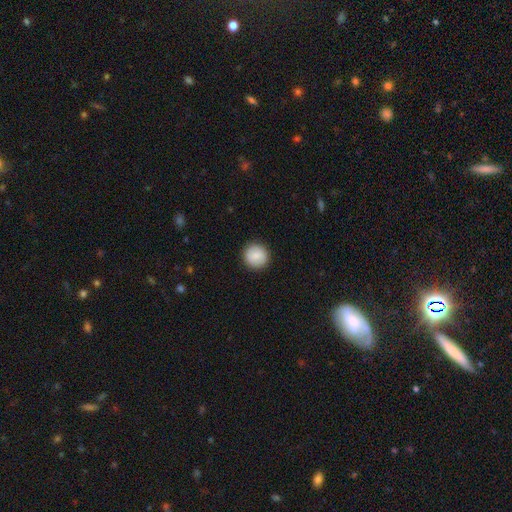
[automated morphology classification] This is clearly a smooth galaxy (87%). How rounded: clearly round (94%). Merging: clearly none (92%).